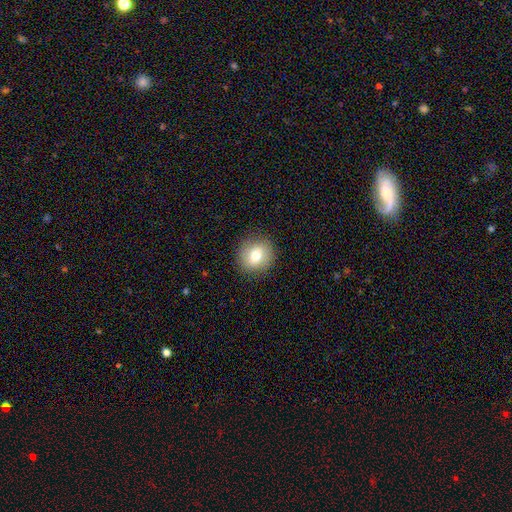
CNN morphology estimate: smooth 73%, featured or disk 17%, star or artifact 10%. Down the decision tree: how rounded — round (84%); merging — none (88%).